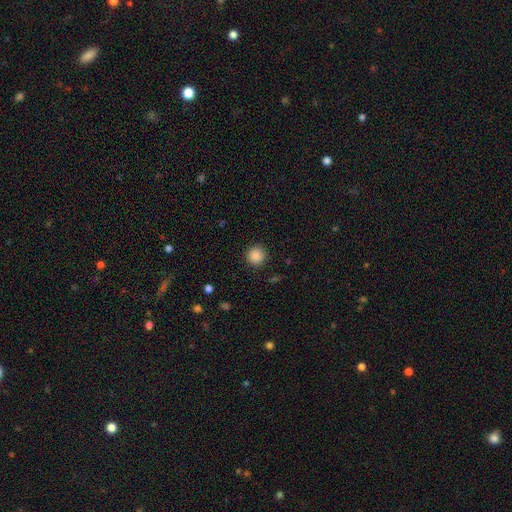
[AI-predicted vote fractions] A smooth galaxy with no disk features (87%) that is round (95%). Merging: none (91%).